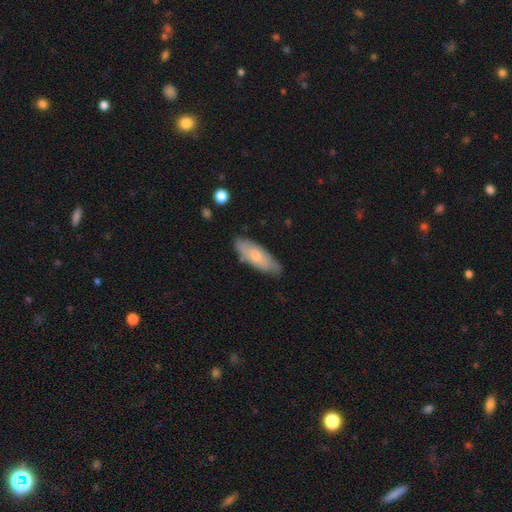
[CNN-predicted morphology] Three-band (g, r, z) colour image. It shows a smooth galaxy with no disk features (66%) that is in between round and cigar-shaped (68%). Merging: none (77%).